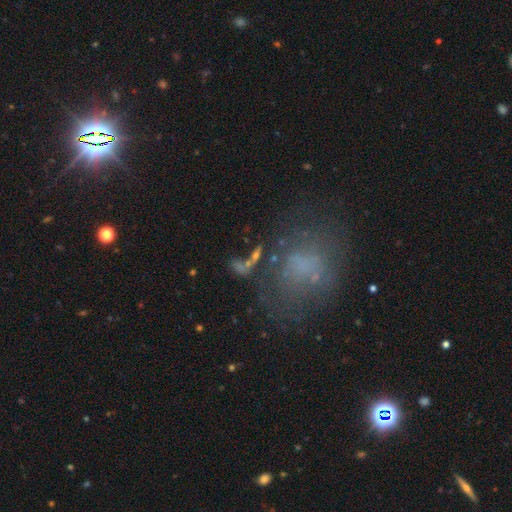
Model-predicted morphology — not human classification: Overall: smooth (43%; featured or disk 31%). Merging: none (41%; major disturbance 26%).